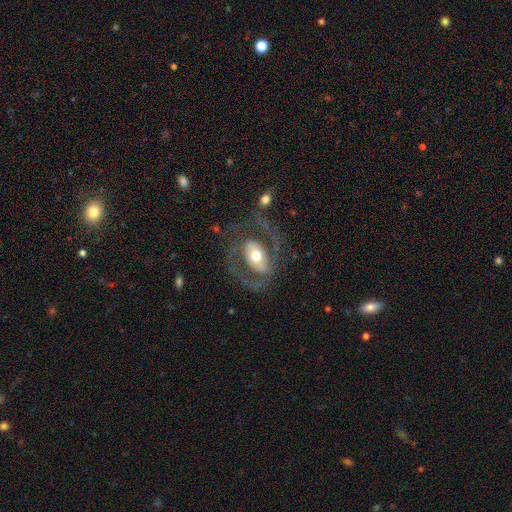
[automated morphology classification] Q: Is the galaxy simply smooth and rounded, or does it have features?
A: featured or disk — 73%.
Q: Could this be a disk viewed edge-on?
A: no — 95%.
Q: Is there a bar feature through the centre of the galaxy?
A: no — 47%.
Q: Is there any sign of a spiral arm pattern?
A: yes — 67%.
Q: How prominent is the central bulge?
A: moderate — 66%.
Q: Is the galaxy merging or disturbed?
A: none — 59%.